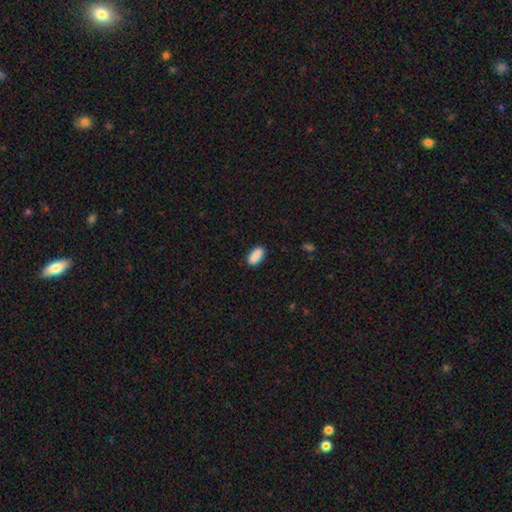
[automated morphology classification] smooth_or_featured: smooth (p=0.89) [alt: star or artifact p=0.07]
how_rounded: in between (p=0.90) [alt: cigar-shaped p=0.07]
merging: none (p=0.88) [alt: minor disturbance p=0.09]